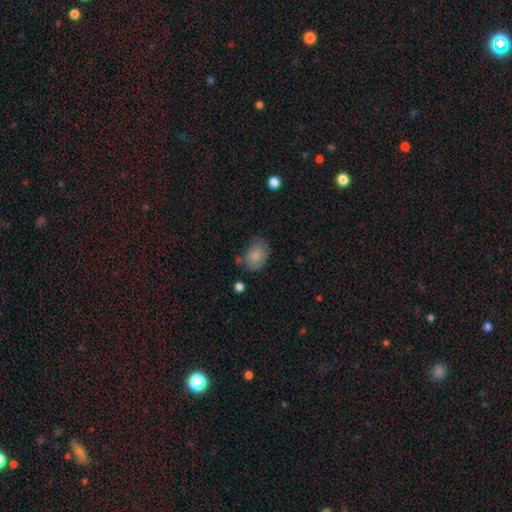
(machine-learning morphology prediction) This appears to be a smooth galaxy with no disk features (84%) that is in between round and cigar-shaped (77%). Merging: none (62%).